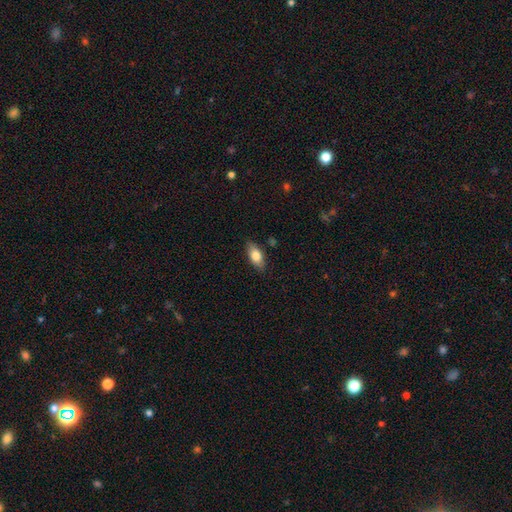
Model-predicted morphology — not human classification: Smooth or featured? smooth (77%)
How rounded? in between (85%)
Merging? none (84%)